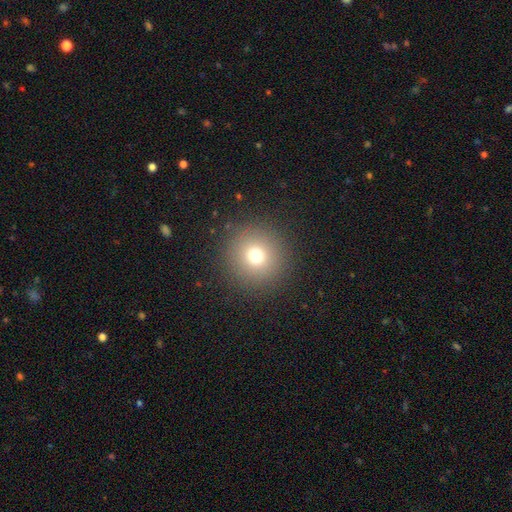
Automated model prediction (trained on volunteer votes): smooth_or_featured: smooth (p=0.73) [alt: star or artifact p=0.17]
how_rounded: round (p=0.95) [alt: in between p=0.04]
merging: none (p=0.90) [alt: minor disturbance p=0.06]